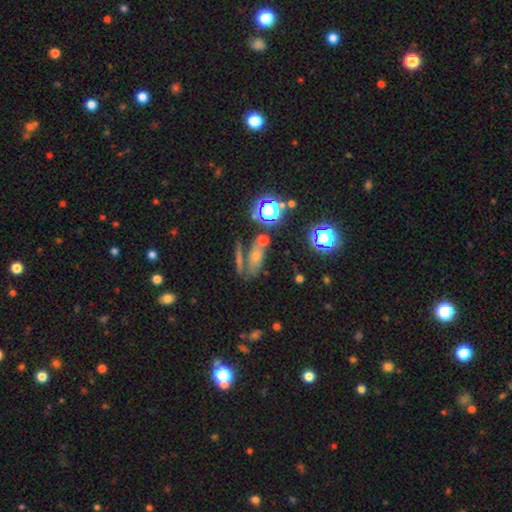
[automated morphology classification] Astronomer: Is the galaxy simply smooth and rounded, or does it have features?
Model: smooth — 43% (runner-up: star or artifact, 32%).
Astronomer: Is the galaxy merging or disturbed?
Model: none — 54%.